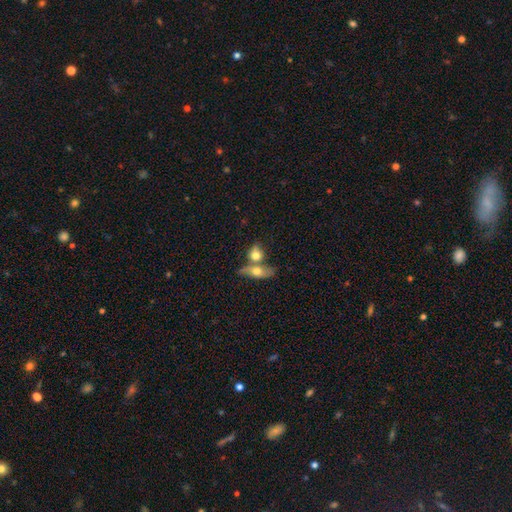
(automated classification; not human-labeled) A smooth galaxy with no disk features (68%) that is in between round and cigar-shaped (53%).

Vote fractions:
- Smooth or featured? smooth: 68% / featured or disk: 23% / star or artifact: 8%
- How rounded? in between: 53% / round: 39% / cigar-shaped: 8%
- Merging? merger: 57% / none: 28% / minor disturbance: 9% / major disturbance: 6%